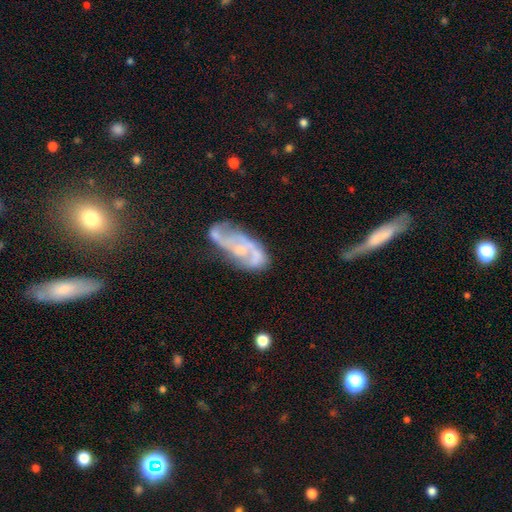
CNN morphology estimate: The model was most divided on "bulge size": small: 39%, moderate: 30%, none: 25%, large: 4%, dominant: 2%. Remaining: edge-on disk — no (95%); spiral arms — yes (71%); smooth or featured — featured or disk (69%); bar — no (68%); merging — none (38%).